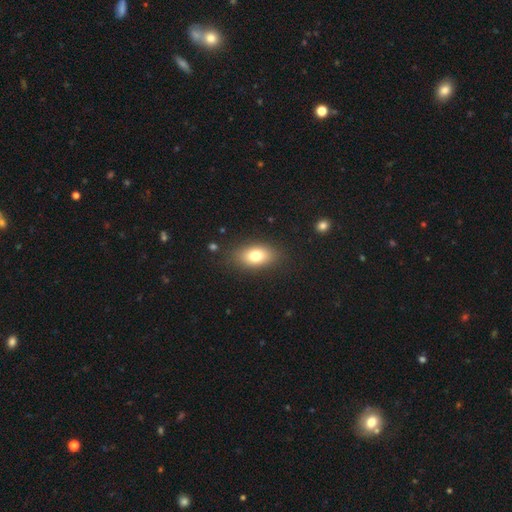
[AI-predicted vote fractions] This is likely a smooth galaxy (77%). How rounded: clearly in between (86%). Merging: clearly none (85%).